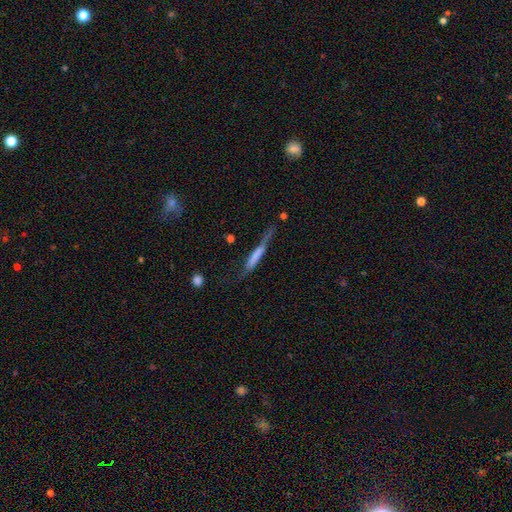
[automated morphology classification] Smooth or featured? Predicted: smooth (p=0.52). How rounded? Predicted: cigar-shaped (p=0.92). Merging? Predicted: none (p=0.44).